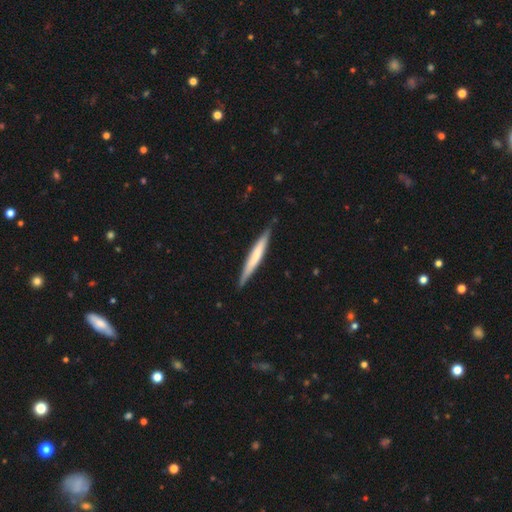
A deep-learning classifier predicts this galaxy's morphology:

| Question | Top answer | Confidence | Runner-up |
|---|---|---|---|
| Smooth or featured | smooth | 53% | featured or disk (42%) |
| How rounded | cigar-shaped | 96% | in between (3%) |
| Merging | none | 87% | minor disturbance (10%) |